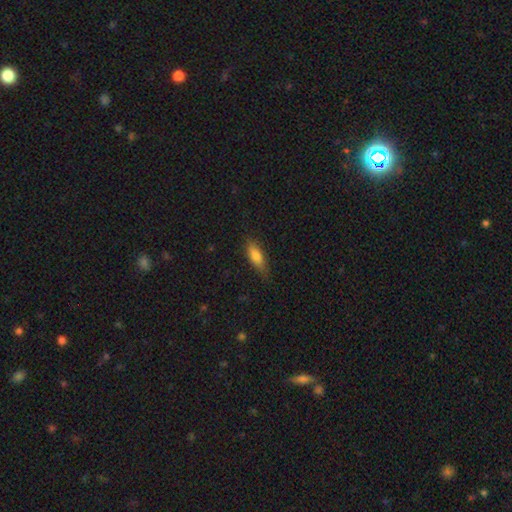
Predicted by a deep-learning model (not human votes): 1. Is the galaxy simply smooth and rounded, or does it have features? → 78% smooth, 15% featured or disk, 7% star or artifact.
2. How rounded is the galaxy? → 65% in between, 33% cigar-shaped, 2% round.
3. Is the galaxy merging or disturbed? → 76% none, 19% minor disturbance, 4% major disturbance, 1% merger.